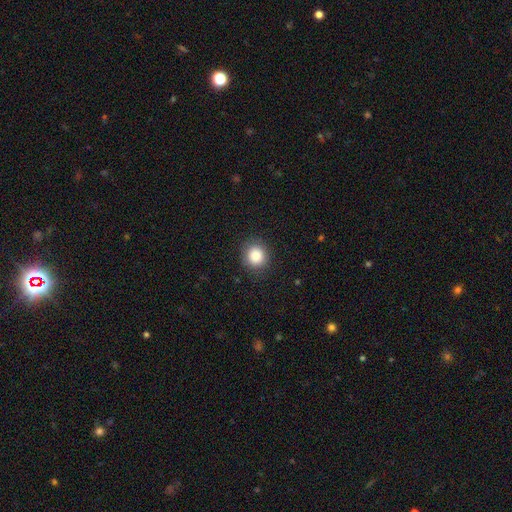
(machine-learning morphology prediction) A smooth galaxy with no disk features (86%) that is round (87%).

Vote fractions:
- Smooth or featured? smooth: 86% / star or artifact: 9% / featured or disk: 4%
- How rounded? round: 87% / in between: 12% / cigar-shaped: 1%
- Merging? none: 88% / minor disturbance: 9% / major disturbance: 3% / merger: 1%